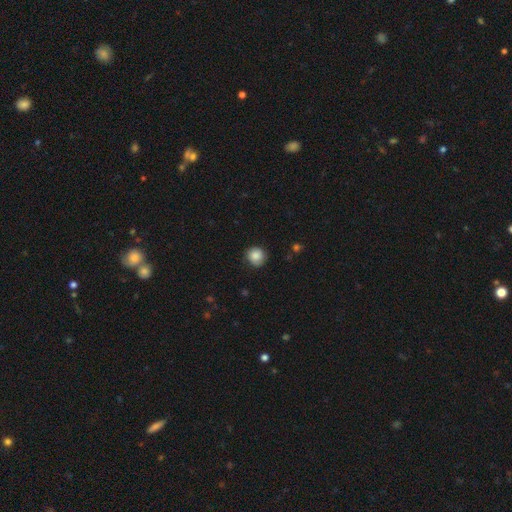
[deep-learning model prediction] smooth-or-featured: smooth: 81% | featured or disk: 11% | star or artifact: 8%
  how-rounded: round: 88% | in between: 11% | cigar-shaped: 1%
  merging: none: 78% | minor disturbance: 17% | major disturbance: 4% | merger: 1%